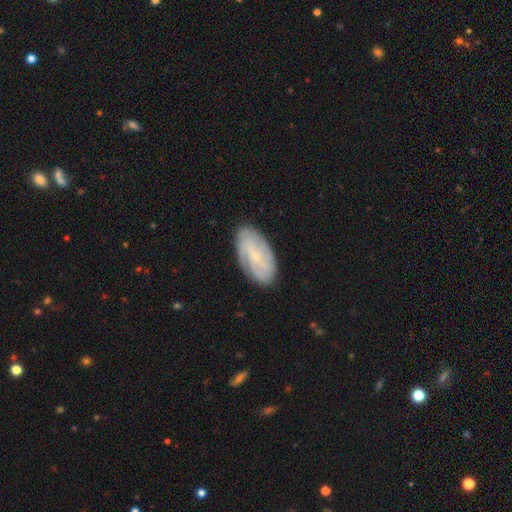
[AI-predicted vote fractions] featured or disk 67%, smooth 27%, star or artifact 7%. Down the decision tree: edge-on disk — no (93%); bar — no (61%); spiral arms — yes (85%); spiral arm count — can't tell (44%); spiral winding — tight (58%); bulge size — small (80%); merging — none (82%).